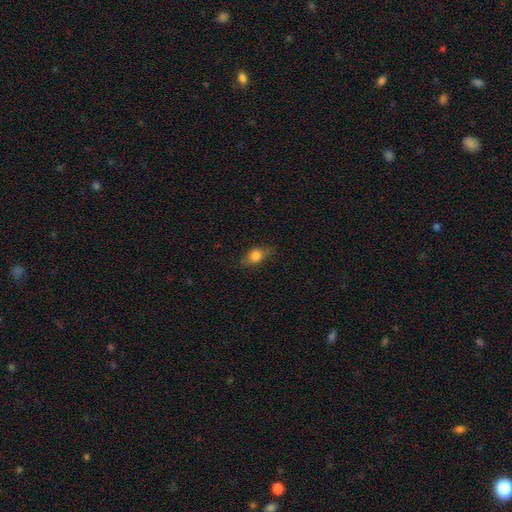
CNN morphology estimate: This is likely a smooth galaxy (75%). How rounded: likely in between (69%). Merging: likely none (77%).